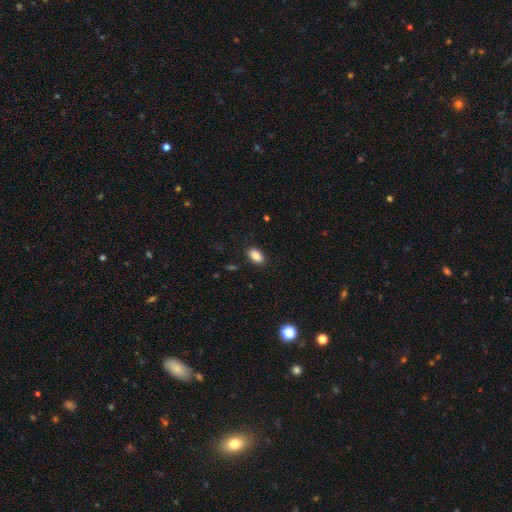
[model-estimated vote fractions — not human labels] This is clearly a smooth galaxy (87%). How rounded: clearly in between (91%). Merging: clearly none (88%).